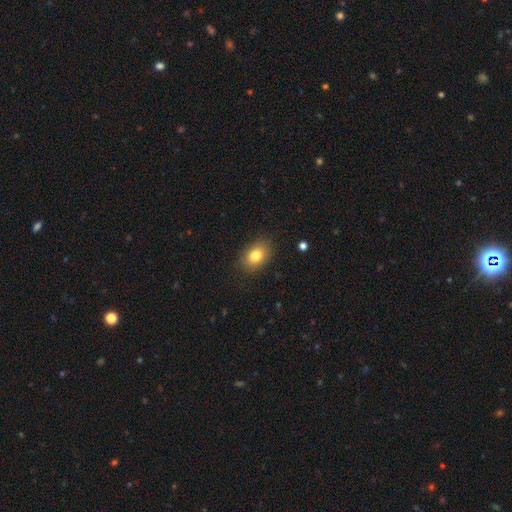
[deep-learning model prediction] The model was most divided on "how rounded": in between: 77%, round: 21%, cigar-shaped: 1%. More confident: merging — none (86%); smooth or featured — smooth (81%).